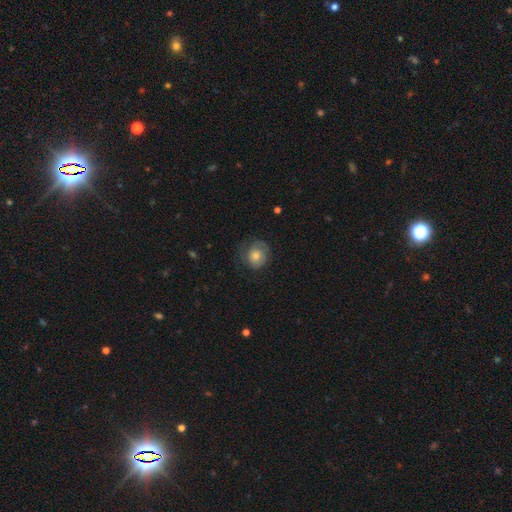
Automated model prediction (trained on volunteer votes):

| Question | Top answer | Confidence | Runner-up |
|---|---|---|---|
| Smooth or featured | smooth | 51% | featured or disk (40%) |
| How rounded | round | 82% | in between (17%) |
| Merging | none | 66% | minor disturbance (21%) |